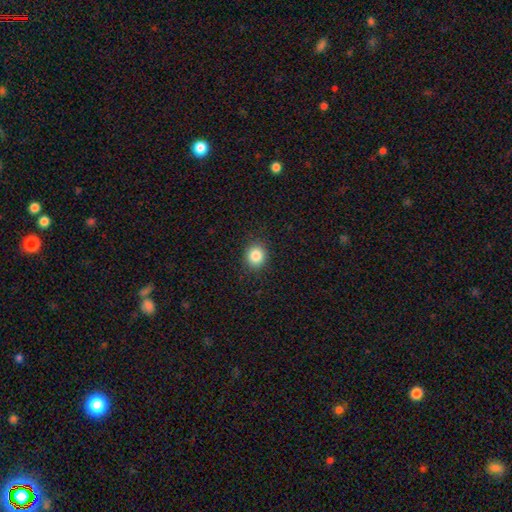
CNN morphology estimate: This appears to be a smooth galaxy with no disk features (85%) that is round (73%). Merging: none (90%).